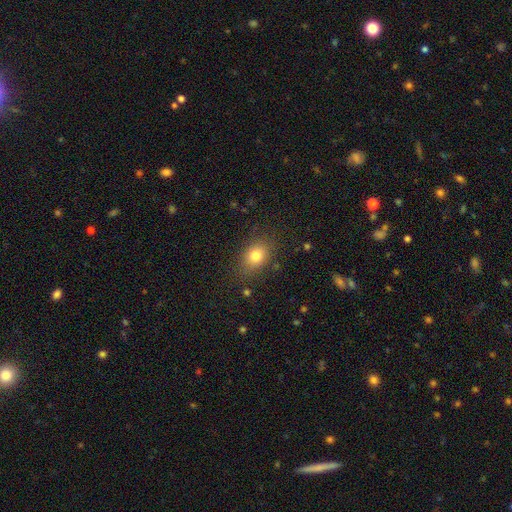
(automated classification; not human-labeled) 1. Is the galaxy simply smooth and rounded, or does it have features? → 79% smooth, 11% star or artifact, 10% featured or disk.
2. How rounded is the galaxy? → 64% in between, 35% round, 2% cigar-shaped.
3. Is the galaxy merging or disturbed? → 81% none, 13% minor disturbance, 4% major disturbance, 1% merger.